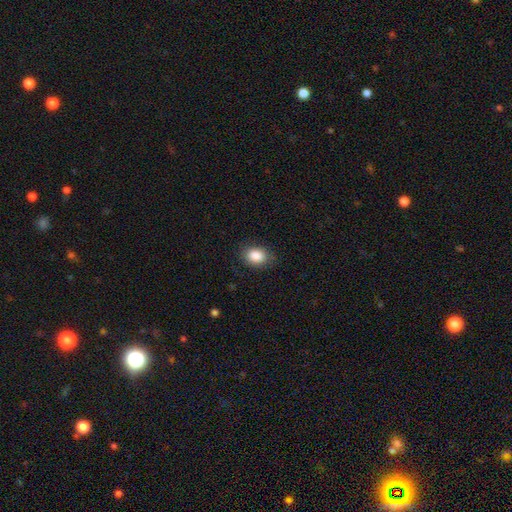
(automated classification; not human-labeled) Smooth or featured?
  - smooth: 87% *
  - star or artifact: 8%
  - featured or disk: 5%
How rounded?
  - in between: 69% *
  - round: 30%
  - cigar-shaped: 1%
Merging?
  - none: 82% *
  - minor disturbance: 14%
  - major disturbance: 3%
  - merger: 1%